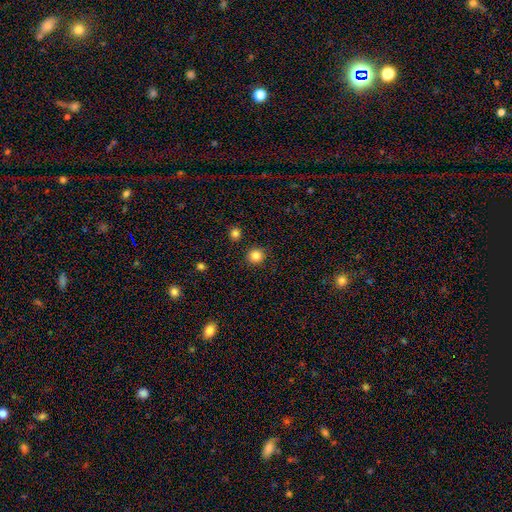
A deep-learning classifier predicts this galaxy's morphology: smooth_or_featured: smooth (p=0.84) [alt: star or artifact p=0.12]
how_rounded: round (p=0.93) [alt: in between p=0.06]
merging: none (p=0.90) [alt: minor disturbance p=0.06]